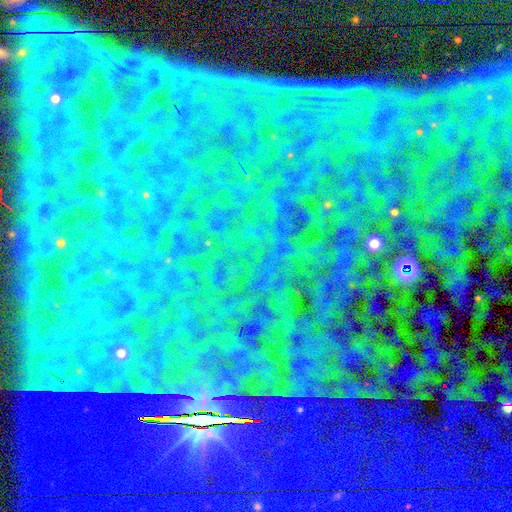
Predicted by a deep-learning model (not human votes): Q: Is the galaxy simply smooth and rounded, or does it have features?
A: star or artifact — 84%.